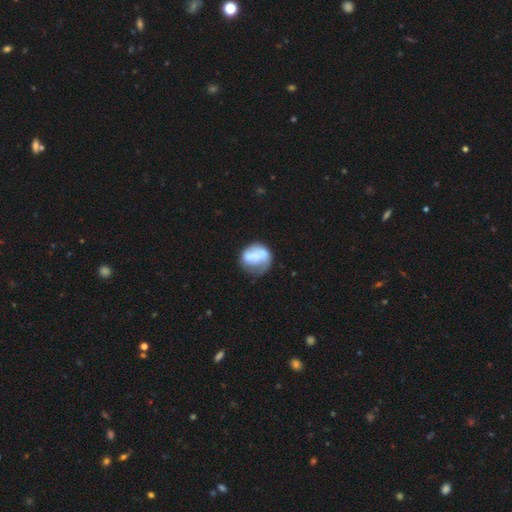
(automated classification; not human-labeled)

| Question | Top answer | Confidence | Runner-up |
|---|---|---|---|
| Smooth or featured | smooth | 62% | featured or disk (30%) |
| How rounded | round | 69% | in between (30%) |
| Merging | none | 41% | minor disturbance (31%) |